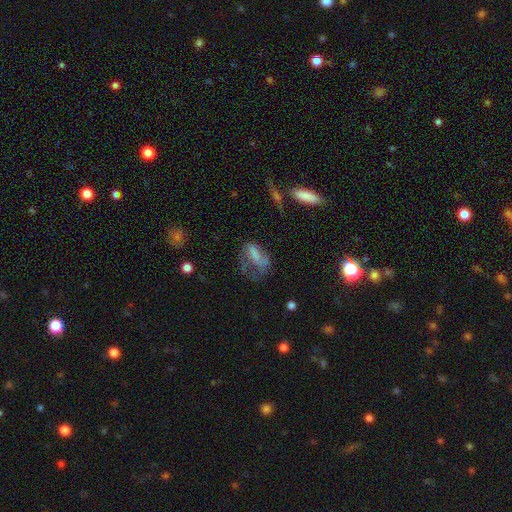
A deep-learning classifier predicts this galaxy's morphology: This appears to be a smooth galaxy with no disk features (52%) that is in between round and cigar-shaped (80%). Merging: major disturbance (47%).